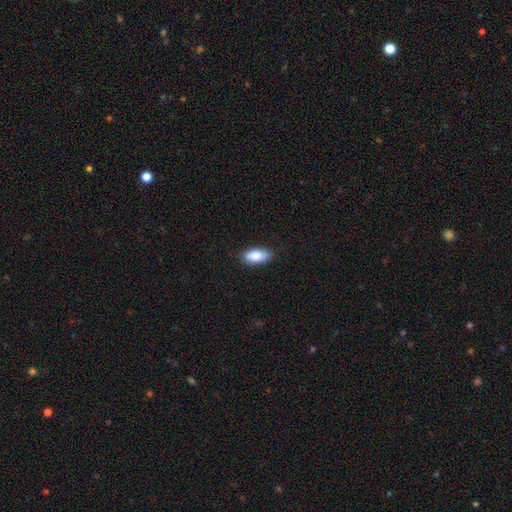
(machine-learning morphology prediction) Smooth or featured: smooth — 86% (featured or disk — 8%)
How rounded: in between — 88% (cigar-shaped — 9%)
Merging: none — 85% (minor disturbance — 12%)